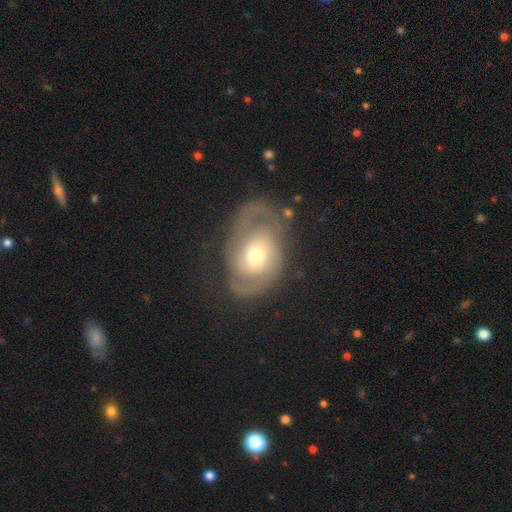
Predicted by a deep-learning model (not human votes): Morphology: type=featured or disk (79%); edge-on=no (96%); bar=no (71%); spiral arms=yes (90%); winding=tight (43%); arm count=2 (72%); bulge=moderate (62%); merging=none (62%).